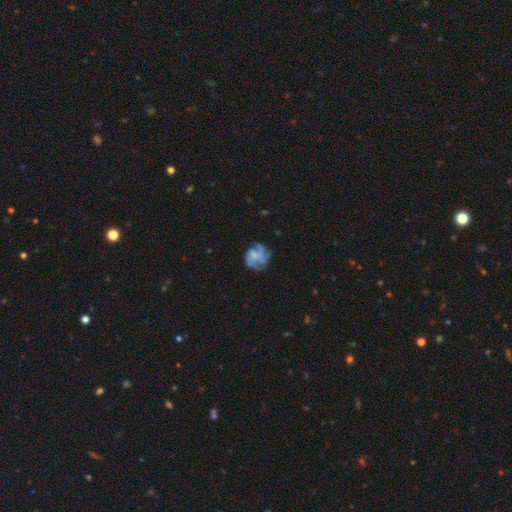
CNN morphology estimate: Smooth or featured?
  - featured or disk: 71% *
  - smooth: 21%
  - star or artifact: 8%
Edge-on disk?
  - no: 98% *
  - yes: 2%
Bar?
  - no: 63% *
  - weak: 32%
  - strong: 5%
Spiral arms?
  - yes: 91% *
  - no: 9%
Spiral winding?
  - medium: 44% *
  - tight: 36%
  - loose: 20%
Spiral arm count?
  - 3: 39% *
  - can't tell: 21%
  - 4: 17%
  - 2: 12%
  - 1: 6%
  - more than 4: 6%
Bulge size?
  - small: 40% *
  - moderate: 28%
  - none: 27%
  - large: 4%
  - dominant: 1%
Merging?
  - none: 66% *
  - minor disturbance: 20%
  - major disturbance: 13%
  - merger: 2%